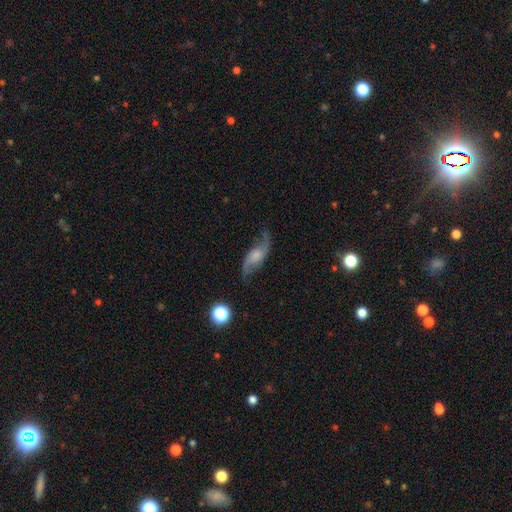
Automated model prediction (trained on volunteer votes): Q: Smooth or featured?
A: featured or disk (74%); runner-up: smooth (19%)
Q: Edge-on disk?
A: no (91%); runner-up: yes (9%)
Q: Bar?
A: no (59%); runner-up: weak (33%)
Q: Spiral arms?
A: yes (94%); runner-up: no (6%)
Q: Spiral winding?
A: loose (79%); runner-up: medium (17%)
Q: Spiral arm count?
A: 2 (91%); runner-up: can't tell (3%)
Q: Bulge size?
A: moderate (31%); runner-up: small (27%)
Q: Merging?
A: none (69%); runner-up: minor disturbance (19%)